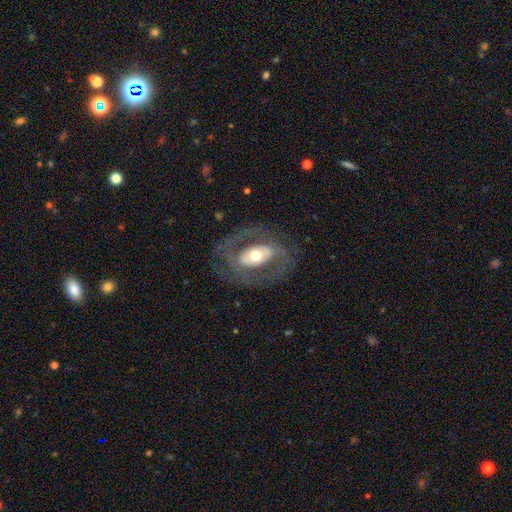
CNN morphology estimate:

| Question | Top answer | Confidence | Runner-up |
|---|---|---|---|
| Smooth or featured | featured or disk | 72% | smooth (22%) |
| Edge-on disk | no | 93% | yes (7%) |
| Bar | no | 46% | strong (28%) |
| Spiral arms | yes | 59% | no (41%) |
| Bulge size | moderate | 65% | large (18%) |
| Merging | none | 74% | minor disturbance (13%) |